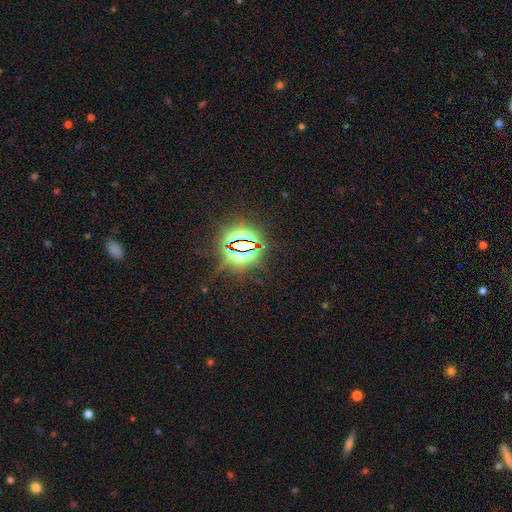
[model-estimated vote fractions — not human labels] A star or artifact, not a galaxy (81%).